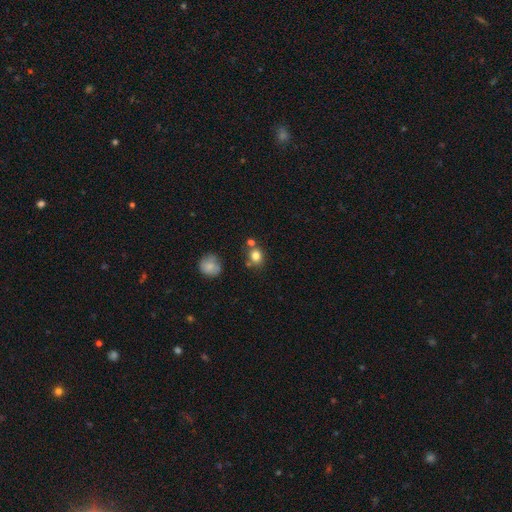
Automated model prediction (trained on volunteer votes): Q: Smooth or featured?
A: smooth (79%); runner-up: star or artifact (12%)
Q: How rounded?
A: round (69%); runner-up: in between (30%)
Q: Merging?
A: none (66%); runner-up: merger (17%)